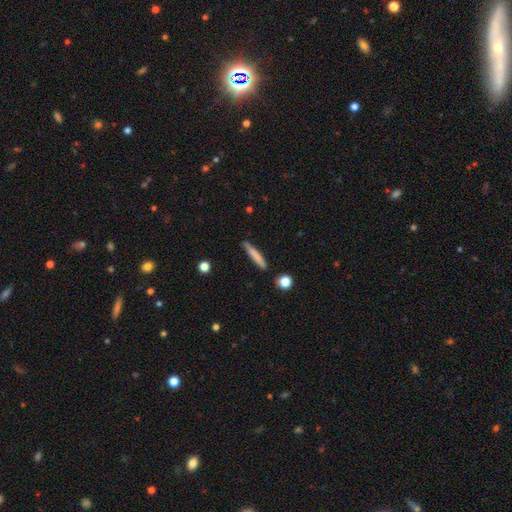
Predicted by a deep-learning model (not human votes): smooth 76%, featured or disk 18%, star or artifact 6%. Down the decision tree: how rounded — cigar-shaped (93%); merging — none (81%).